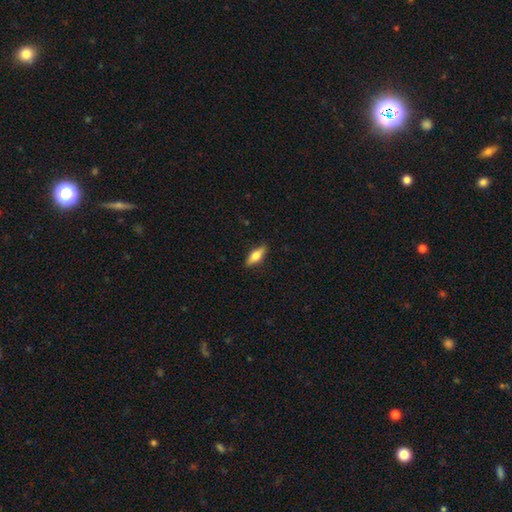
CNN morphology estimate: smooth 66%, featured or disk 28%, star or artifact 6%. Down the decision tree: how rounded — in between (64%); merging — none (87%).